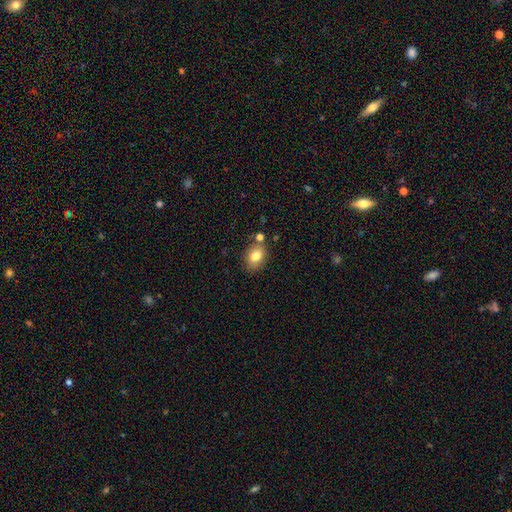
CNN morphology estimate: Q: Smooth or featured?
A: smooth (79%); runner-up: featured or disk (11%)
Q: How rounded?
A: in between (69%); runner-up: round (30%)
Q: Merging?
A: none (72%); runner-up: minor disturbance (14%)